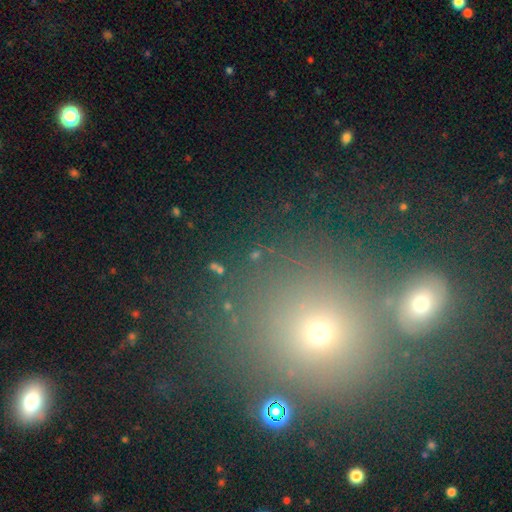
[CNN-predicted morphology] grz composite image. It shows a star or artifact, not a galaxy (51%).